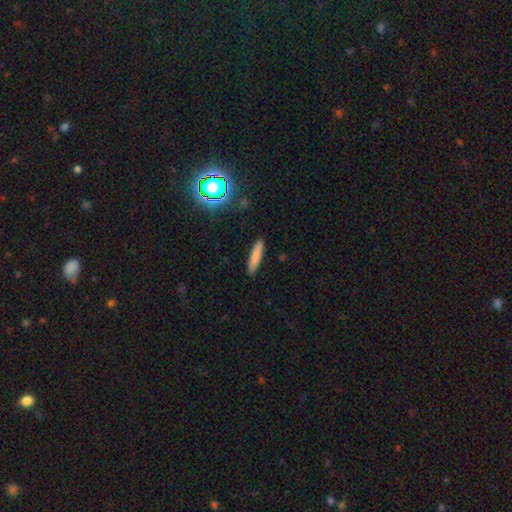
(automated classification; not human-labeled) Q: Smooth or featured?
A: smooth (82%); runner-up: featured or disk (10%)
Q: How rounded?
A: cigar-shaped (83%); runner-up: in between (16%)
Q: Merging?
A: none (89%); runner-up: minor disturbance (8%)